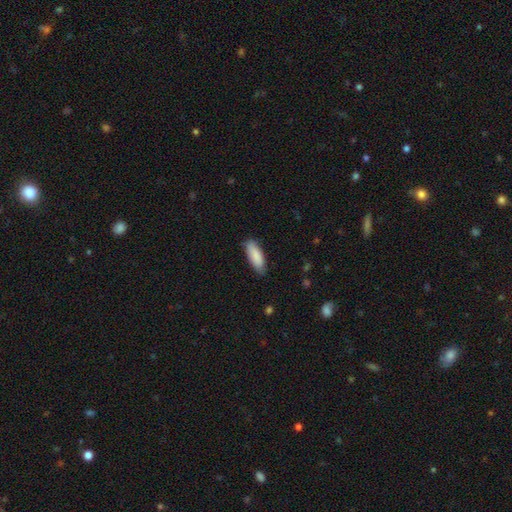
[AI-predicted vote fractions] Overall: smooth (87%). How rounded: in between (67%; cigar-shaped 31%). Merging: none (80%).